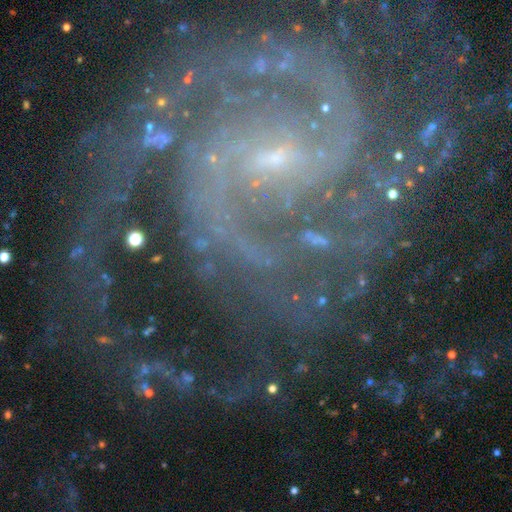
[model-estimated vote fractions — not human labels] Smooth or featured? Predicted: featured or disk (p=0.76). Edge-on disk? Predicted: no (p=0.97). Bar? Predicted: weak (p=0.39). Spiral arms? Predicted: yes (p=0.93). Spiral winding? Predicted: tight (p=0.46). Spiral arm count? Predicted: 2 (p=0.33). Bulge size? Predicted: small (p=0.74). Merging? Predicted: none (p=0.60).